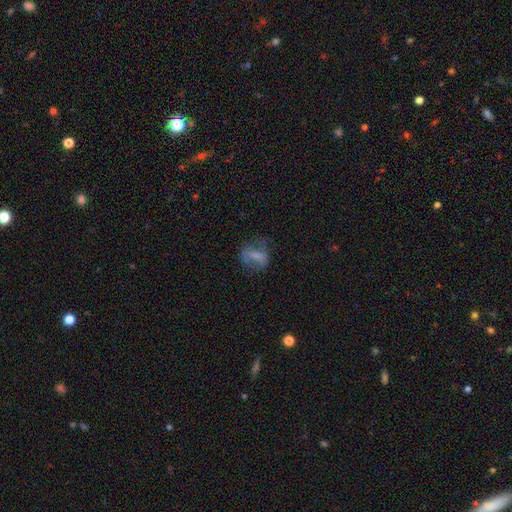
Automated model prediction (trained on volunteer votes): Smooth or featured?
  - smooth: 54% *
  - featured or disk: 35%
  - star or artifact: 11%
How rounded?
  - in between: 61% *
  - round: 33%
  - cigar-shaped: 5%
Merging?
  - none: 53% *
  - minor disturbance: 24%
  - major disturbance: 21%
  - merger: 2%